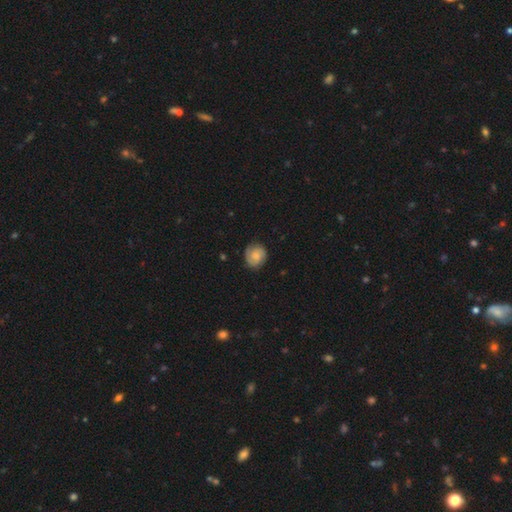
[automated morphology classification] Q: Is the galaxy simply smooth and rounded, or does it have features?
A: featured or disk — 51%.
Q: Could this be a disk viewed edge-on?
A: no — 98%.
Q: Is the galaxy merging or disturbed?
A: none — 80%.